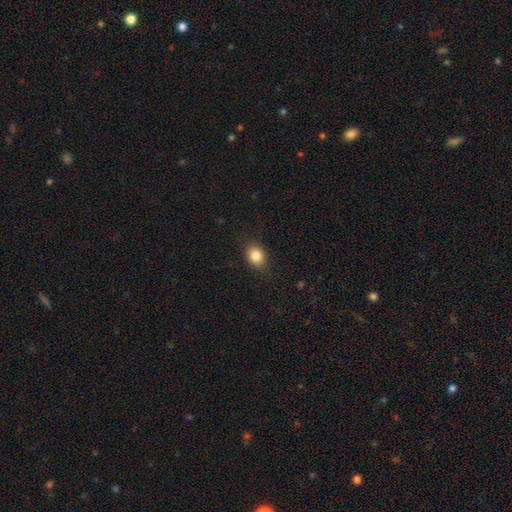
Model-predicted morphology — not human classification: A smooth galaxy with no disk features (84%) that is in between round and cigar-shaped (53%).

Vote fractions:
- Smooth or featured? smooth: 84% / star or artifact: 9% / featured or disk: 7%
- How rounded? in between: 53% / round: 46% / cigar-shaped: 1%
- Merging? none: 84% / minor disturbance: 12% / major disturbance: 3% / merger: 1%